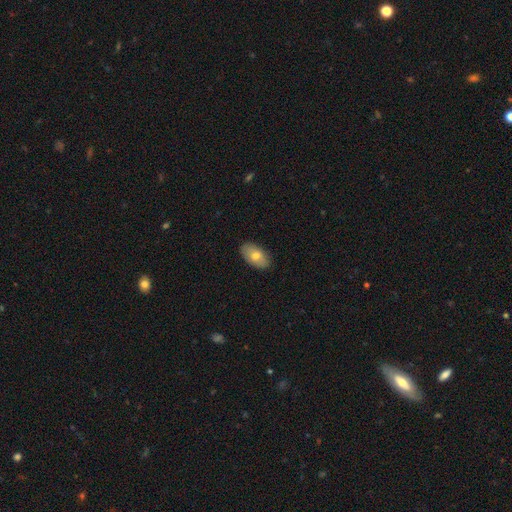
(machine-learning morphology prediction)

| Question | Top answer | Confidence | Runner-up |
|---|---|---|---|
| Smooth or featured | smooth | 73% | featured or disk (21%) |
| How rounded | in between | 94% | round (4%) |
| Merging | none | 87% | minor disturbance (10%) |